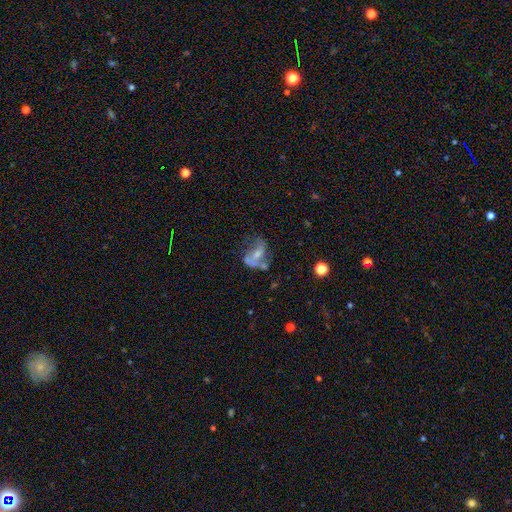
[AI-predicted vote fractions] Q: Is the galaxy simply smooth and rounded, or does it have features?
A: featured or disk — 63%.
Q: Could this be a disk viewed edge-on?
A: no — 97%.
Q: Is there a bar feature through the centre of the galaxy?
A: no — 48%.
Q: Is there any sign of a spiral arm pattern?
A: yes — 64%.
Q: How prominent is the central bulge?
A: small — 40%.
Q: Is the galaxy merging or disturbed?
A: none — 31%.